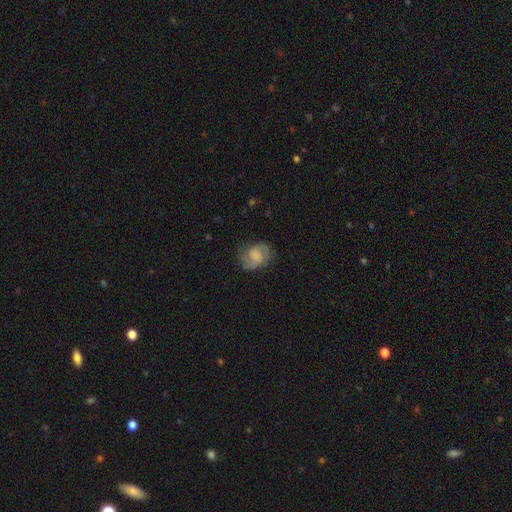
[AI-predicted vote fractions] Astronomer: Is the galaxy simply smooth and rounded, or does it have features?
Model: featured or disk — 52% (runner-up: smooth, 39%).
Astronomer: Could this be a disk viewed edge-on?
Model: no — 97%.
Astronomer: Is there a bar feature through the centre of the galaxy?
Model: no — 53% (runner-up: weak, 38%).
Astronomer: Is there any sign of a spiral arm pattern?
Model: yes — 86%.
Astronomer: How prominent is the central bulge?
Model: none — 47%.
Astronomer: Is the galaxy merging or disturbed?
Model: none — 65%.